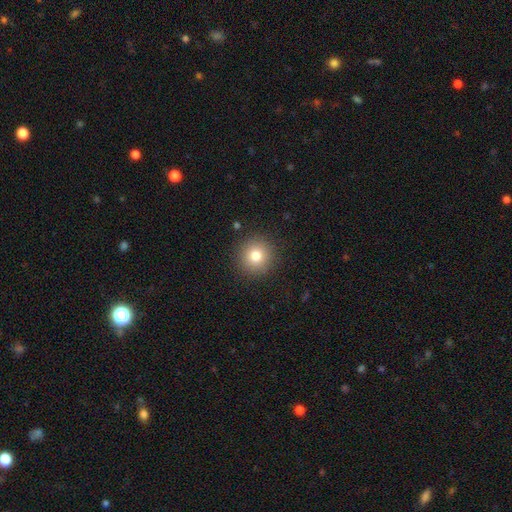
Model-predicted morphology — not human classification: Smooth or featured?
  - smooth: 79% *
  - star or artifact: 12%
  - featured or disk: 9%
How rounded?
  - round: 94% *
  - in between: 5%
  - cigar-shaped: 1%
Merging?
  - none: 90% *
  - minor disturbance: 7%
  - major disturbance: 3%
  - merger: 1%